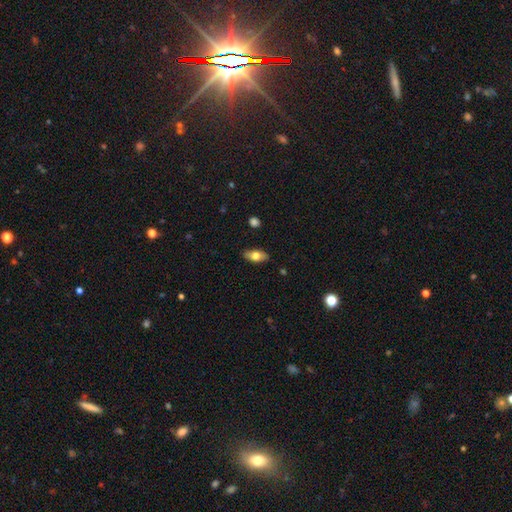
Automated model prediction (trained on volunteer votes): Smooth or featured? Predicted: smooth (p=0.68). How rounded? Predicted: in between (p=0.86). Merging? Predicted: none (p=0.86).